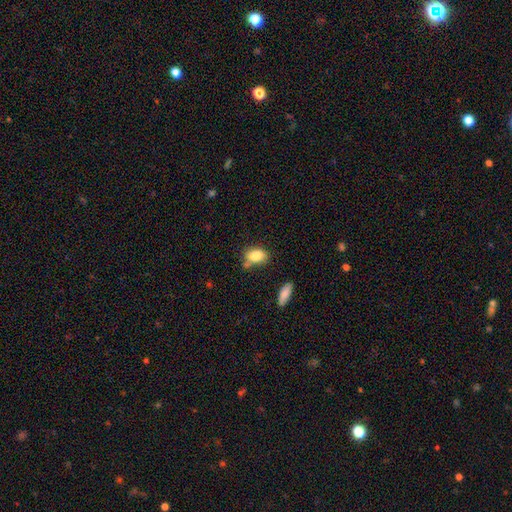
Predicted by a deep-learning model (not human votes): smooth 83%, featured or disk 9%, star or artifact 8%. Down the decision tree: how rounded — in between (83%); merging — none (59%).